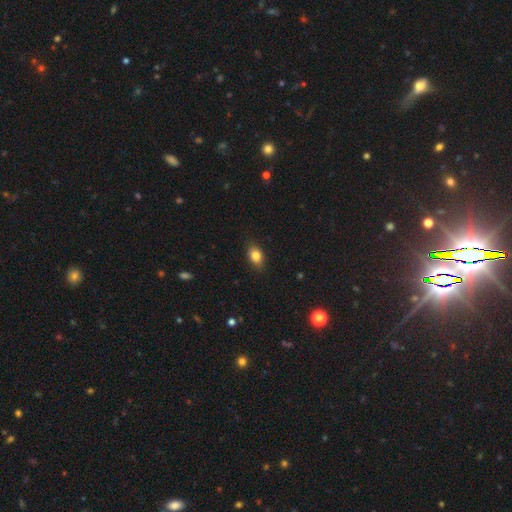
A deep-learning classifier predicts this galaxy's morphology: Smooth or featured?
  - smooth: 82% *
  - star or artifact: 9%
  - featured or disk: 9%
How rounded?
  - in between: 78% *
  - round: 19%
  - cigar-shaped: 3%
Merging?
  - none: 84% *
  - minor disturbance: 13%
  - major disturbance: 3%
  - merger: 1%